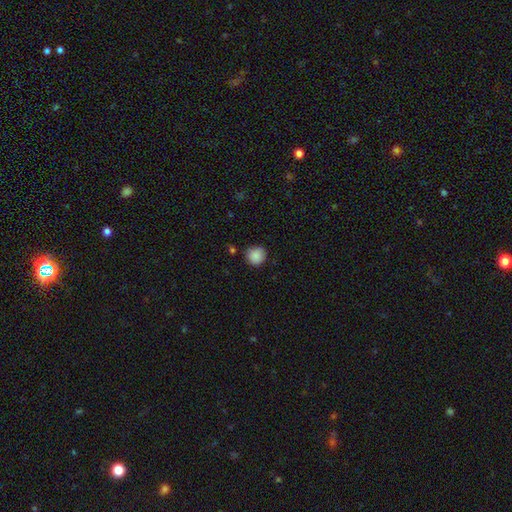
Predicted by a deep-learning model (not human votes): smooth-or-featured: smooth: 88% | star or artifact: 9% | featured or disk: 3%
  how-rounded: round: 91% | in between: 8% | cigar-shaped: 1%
  merging: none: 83% | minor disturbance: 12% | major disturbance: 3% | merger: 2%